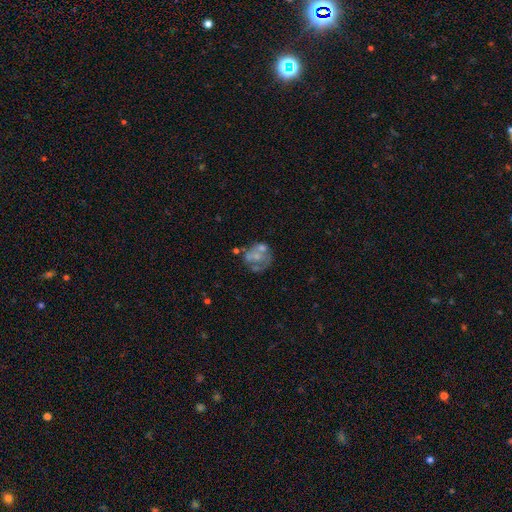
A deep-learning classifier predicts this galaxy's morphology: Smooth or featured? Predicted: featured or disk (p=0.55). Edge-on disk? Predicted: no (p=0.98). Bar? Predicted: no (p=0.87). Spiral arms? Predicted: no (p=0.83). Bulge size? Predicted: none (p=0.41). Merging? Predicted: none (p=0.40).